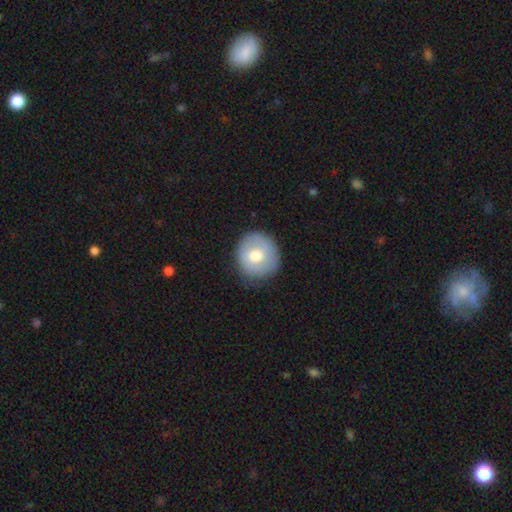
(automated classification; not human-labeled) A smooth galaxy with no disk features (68%) that is round (90%).

Vote fractions:
- Smooth or featured? smooth: 68% / featured or disk: 25% / star or artifact: 8%
- How rounded? round: 90% / in between: 9% / cigar-shaped: 1%
- Merging? none: 79% / minor disturbance: 15% / major disturbance: 4% / merger: 1%